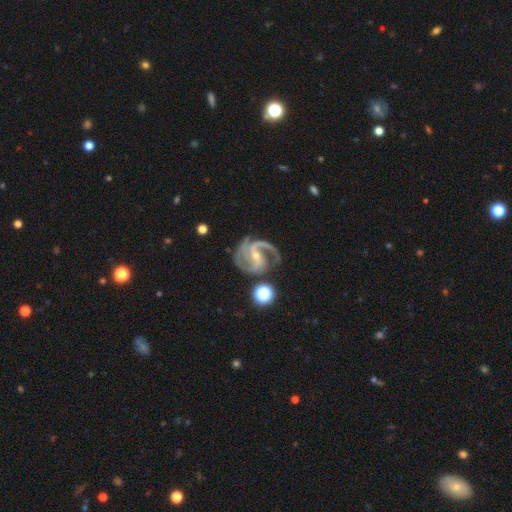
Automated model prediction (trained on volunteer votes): This is clearly a featured or disk galaxy (92%). It is clearly not viewed edge-on (98%). Bar: marginally strong (40%). Spiral arm pattern: clearly yes (98%). Spiral arm count: likely 2 (67%). Spiral winding: possibly medium (58%). Central bulge: likely small (66%). Merging: likely none (68%).